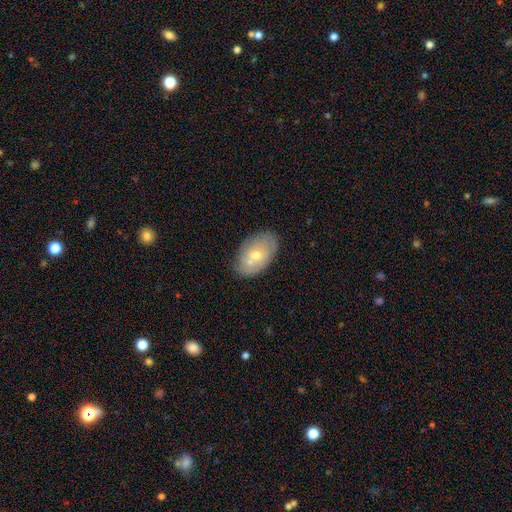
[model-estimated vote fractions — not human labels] Q: Smooth or featured?
A: smooth (57%); runner-up: featured or disk (35%)
Q: How rounded?
A: in between (90%); runner-up: round (9%)
Q: Merging?
A: none (69%); runner-up: minor disturbance (18%)